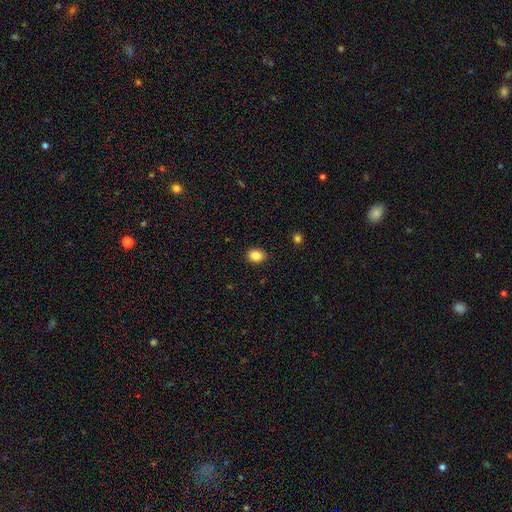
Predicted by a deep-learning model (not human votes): Smooth or featured? smooth (85%)
How rounded? in between (61%)
Merging? none (89%)